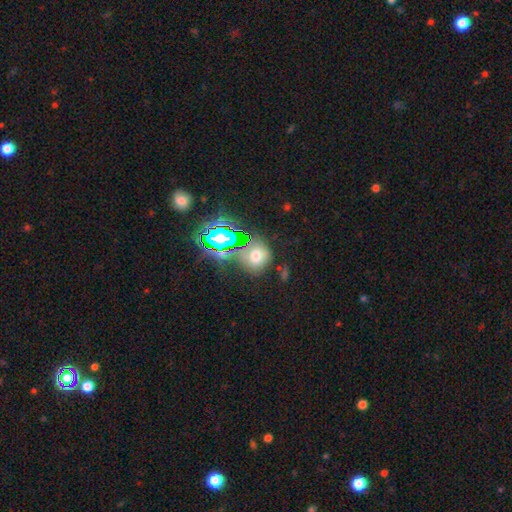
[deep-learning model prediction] smooth 55%, star or artifact 33%, featured or disk 12%. Down the decision tree: how rounded — round (70%); merging — none (62%).